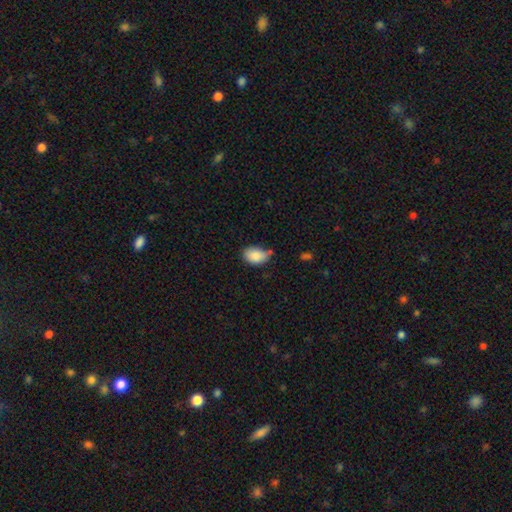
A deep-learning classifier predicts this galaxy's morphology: A smooth galaxy with no disk features (87%) that is in between round and cigar-shaped (82%).

Vote fractions:
- Smooth or featured? smooth: 87% / star or artifact: 8% / featured or disk: 6%
- How rounded? in between: 82% / round: 17% / cigar-shaped: 1%
- Merging? none: 48% / minor disturbance: 37% / major disturbance: 7% / merger: 7%